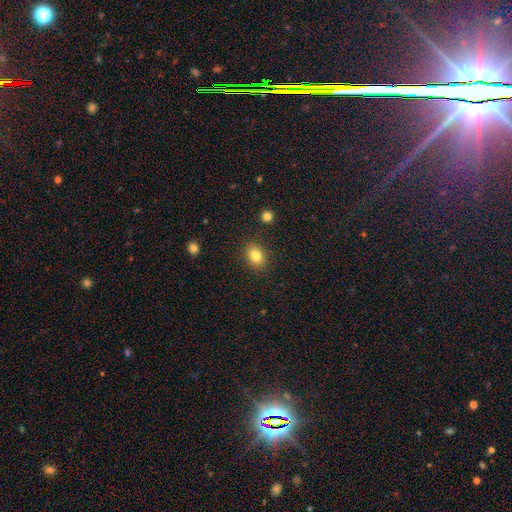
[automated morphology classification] This appears to be a smooth galaxy with no disk features (82%) that is round (54%). Merging: none (87%).